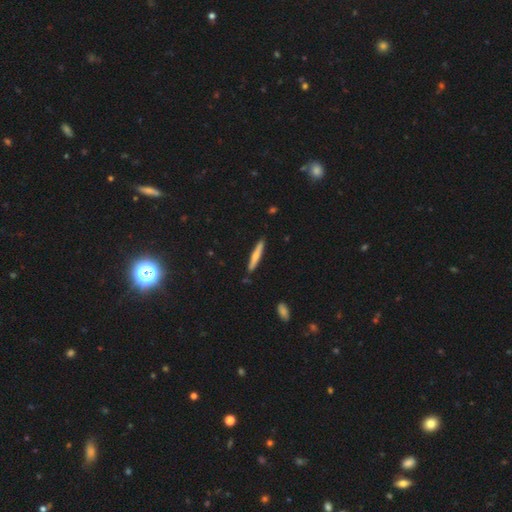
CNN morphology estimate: smooth-or-featured: smooth: 64% | featured or disk: 31% | star or artifact: 5%
  how-rounded: cigar-shaped: 94% | in between: 5% | round: 1%
  merging: none: 88% | minor disturbance: 9% | merger: 2% | major disturbance: 2%